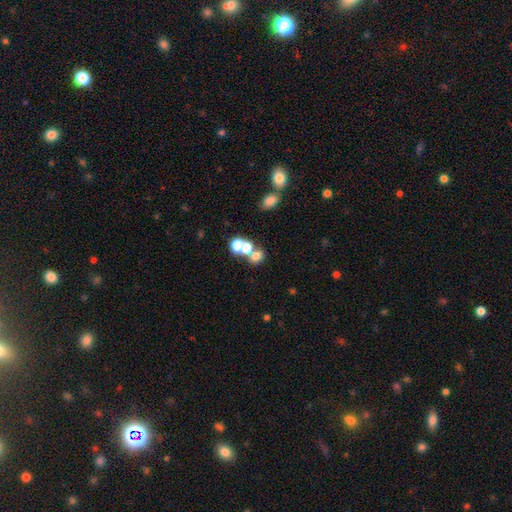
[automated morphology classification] smooth_or_featured: smooth (p=0.66) [alt: star or artifact p=0.19]
how_rounded: round (p=0.54) [alt: in between p=0.44]
merging: merger (p=0.49) [alt: none p=0.38]